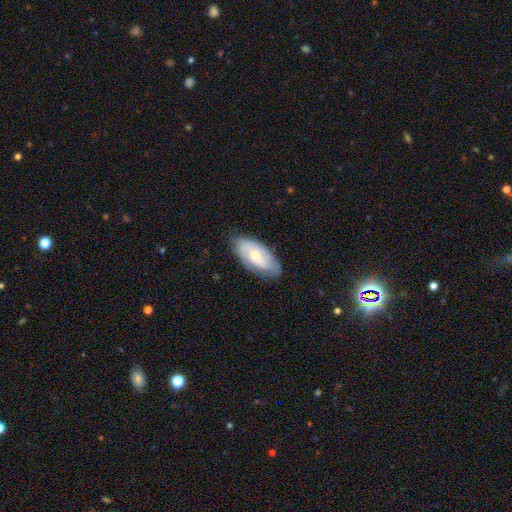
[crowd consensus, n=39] Smooth or featured: featured or disk — 51% (smooth — 44%)
Edge-on disk: no — 90% (yes — 10%)
Bar: no — 56% (weak — 44%)
Spiral arms: yes — 89% (no — 11%)
Spiral winding: tight — 56% (medium — 38%)
Spiral arm count: can't tell — 50% (2 — 38%)
Bulge size: small — 78% (moderate — 17%)
Merging: none — 76% (minor disturbance — 24%)